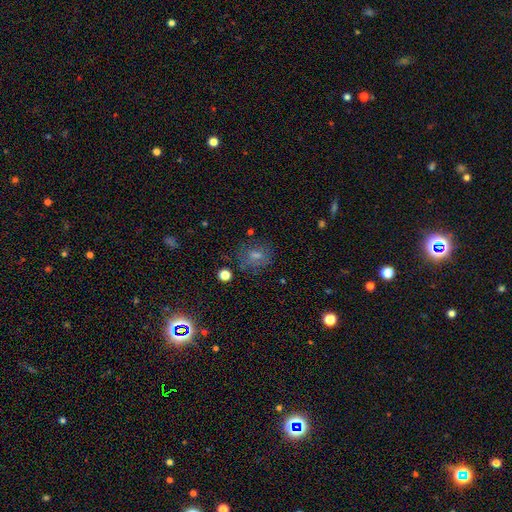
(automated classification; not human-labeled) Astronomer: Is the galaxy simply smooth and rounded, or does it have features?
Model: smooth — 38% (runner-up: star or artifact, 37%).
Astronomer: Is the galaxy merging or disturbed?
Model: none — 75%.